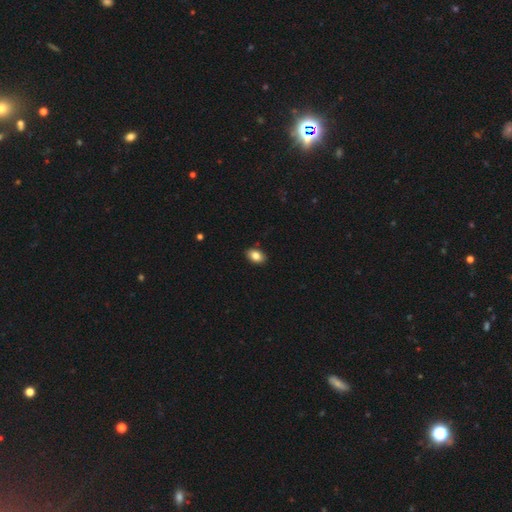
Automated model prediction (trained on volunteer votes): Morphology: type=smooth (85%); roundness=in between (83%); merging=none (89%).